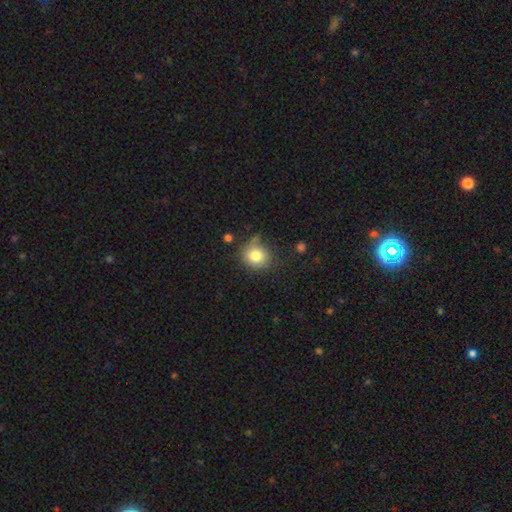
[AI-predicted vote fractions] The model was most divided on "merging": none: 74%, minor disturbance: 17%, merger: 5%, major disturbance: 5%. More confident: how rounded — round (82%); smooth or featured — smooth (80%).